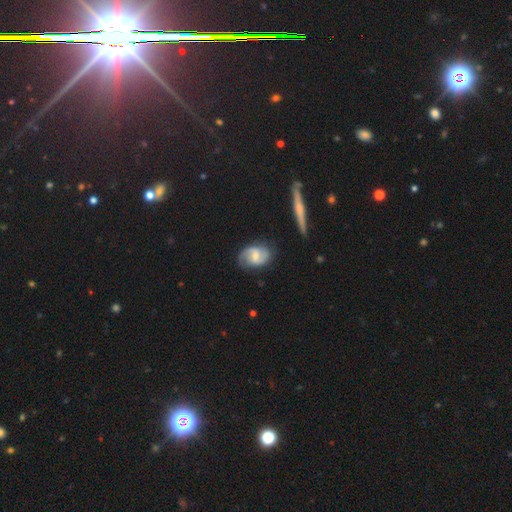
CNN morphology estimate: The model was most divided on "bulge size" (2-way tie): small: 46%, moderate: 46%, none: 5%, large: 2%, dominant: 1%. Remaining: edge-on disk — no (97%); spiral arms — yes (95%); spiral arm count — 2 (88%); smooth or featured — featured or disk (79%); merging — none (78%); bar — weak (50%); spiral winding — medium (50%).